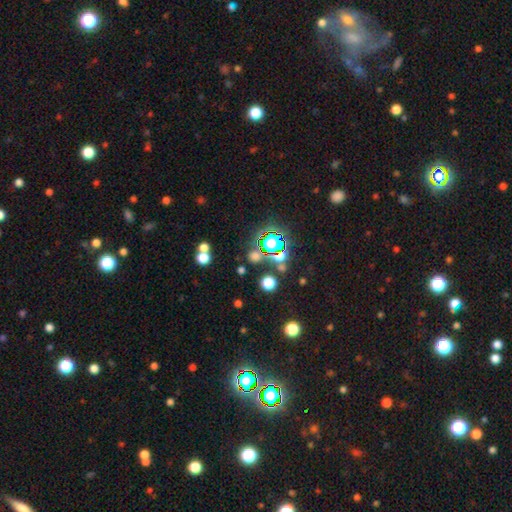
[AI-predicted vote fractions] smooth 46%, star or artifact 45%, featured or disk 9%. Down the decision tree: merging — none (71%).